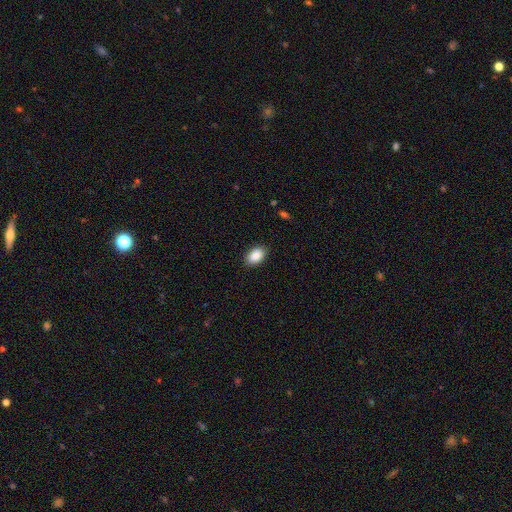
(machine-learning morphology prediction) smooth-or-featured: smooth: 89% | star or artifact: 7% | featured or disk: 4%
  how-rounded: in between: 88% | round: 11% | cigar-shaped: 1%
  merging: none: 88% | minor disturbance: 9% | major disturbance: 2% | merger: 1%